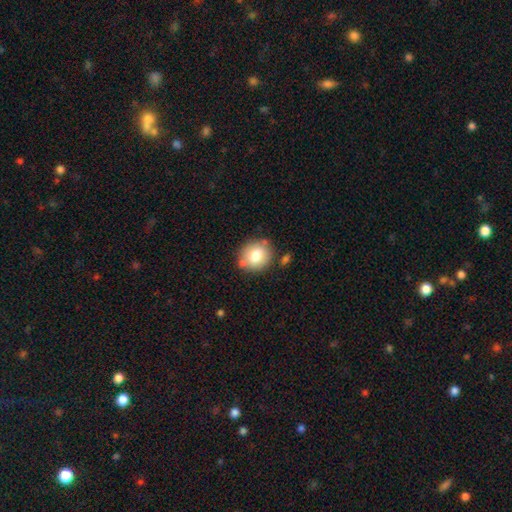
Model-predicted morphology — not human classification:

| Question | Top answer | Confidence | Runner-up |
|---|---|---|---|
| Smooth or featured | smooth | 79% | featured or disk (13%) |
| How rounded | round | 80% | in between (19%) |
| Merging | none | 73% | minor disturbance (15%) |